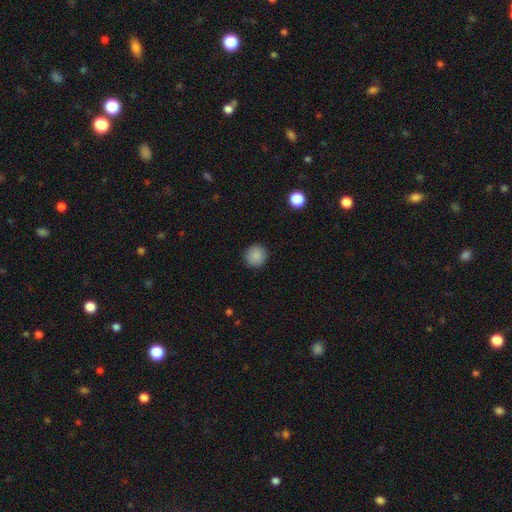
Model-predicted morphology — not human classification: A smooth galaxy with no disk features (88%) that is round (95%). Merging: none (91%).